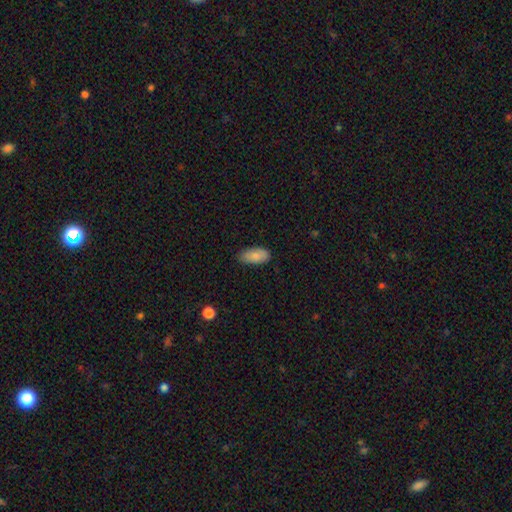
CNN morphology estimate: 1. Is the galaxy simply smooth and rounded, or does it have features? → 85% smooth, 8% featured or disk, 7% star or artifact.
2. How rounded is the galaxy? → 91% in between, 7% cigar-shaped, 2% round.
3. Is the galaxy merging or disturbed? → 80% none, 16% minor disturbance, 3% major disturbance, 1% merger.